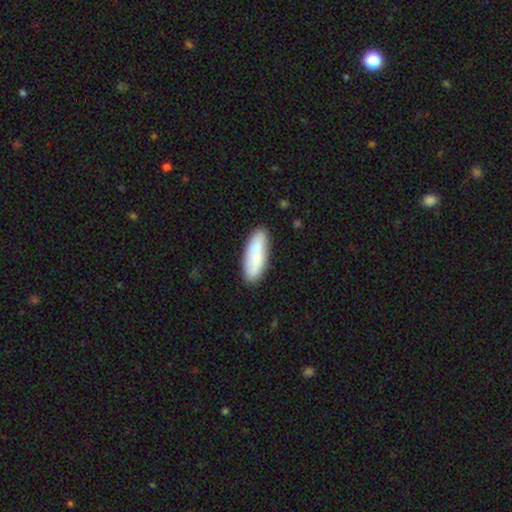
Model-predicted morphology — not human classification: A smooth galaxy with no disk features (75%) that is in between round and cigar-shaped (63%). Merging: none (84%).